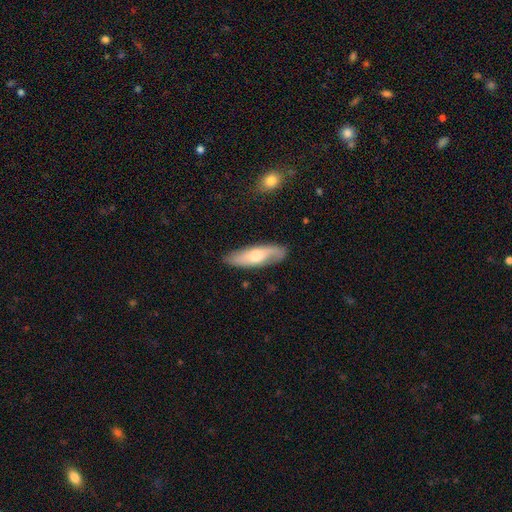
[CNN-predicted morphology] Smooth or featured? smooth (48%)
Merging? none (80%)